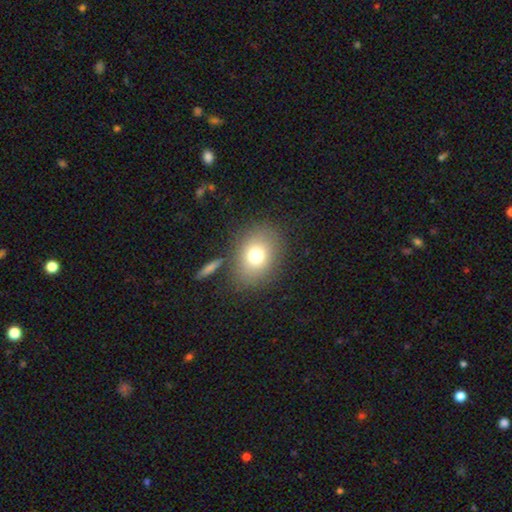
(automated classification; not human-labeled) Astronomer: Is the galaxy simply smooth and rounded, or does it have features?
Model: smooth — 74%.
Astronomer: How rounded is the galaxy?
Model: in between — 56% (runner-up: round, 43%).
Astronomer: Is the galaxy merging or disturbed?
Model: none — 78%.